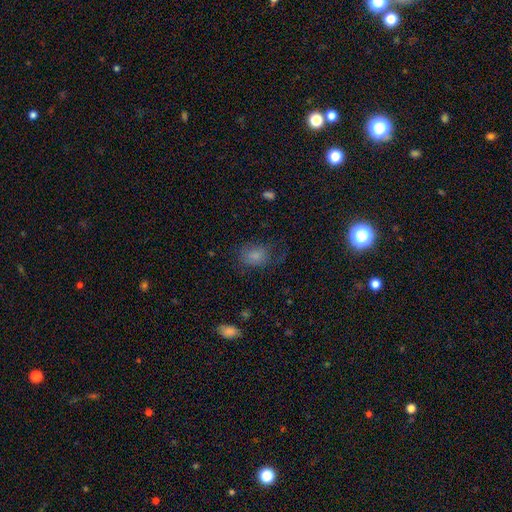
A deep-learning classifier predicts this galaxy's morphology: type=smooth (62%); roundness=in between (59%); merging=none (61%).